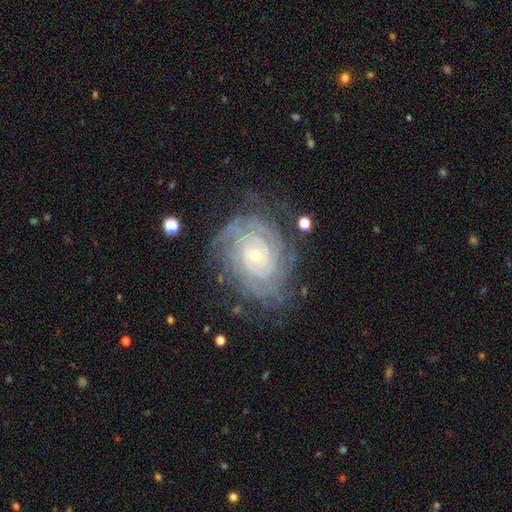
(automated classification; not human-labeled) Smooth or featured?
  - featured or disk: 90% *
  - star or artifact: 6%
  - smooth: 5%
Edge-on disk?
  - no: 97% *
  - yes: 3%
Bar?
  - no: 74% *
  - weak: 19%
  - strong: 7%
Spiral arms?
  - yes: 98% *
  - no: 2%
Spiral winding?
  - tight: 84% *
  - medium: 13%
  - loose: 2%
Spiral arm count?
  - can't tell: 28% *
  - 4: 20%
  - more than 4: 17%
  - 3: 14%
  - 2: 14%
  - 1: 7%
Bulge size?
  - small: 70% *
  - moderate: 27%
  - large: 1%
  - none: 1%
  - dominant: 1%
Merging?
  - none: 74% *
  - minor disturbance: 17%
  - major disturbance: 7%
  - merger: 2%